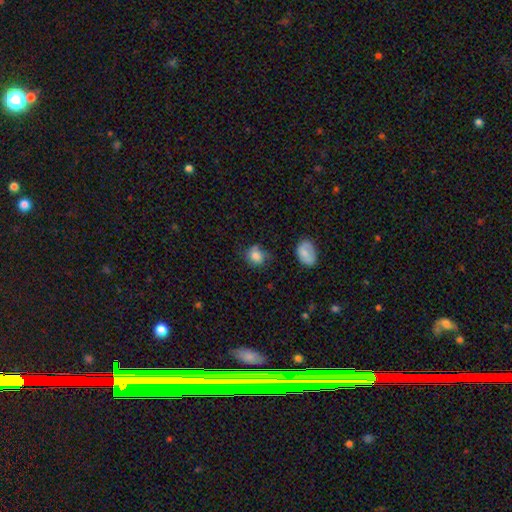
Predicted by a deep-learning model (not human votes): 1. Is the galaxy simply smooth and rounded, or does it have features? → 80% smooth, 10% featured or disk, 9% star or artifact.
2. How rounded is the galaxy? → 64% round, 35% in between, 1% cigar-shaped.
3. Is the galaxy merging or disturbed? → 58% none, 28% minor disturbance, 9% major disturbance, 4% merger.